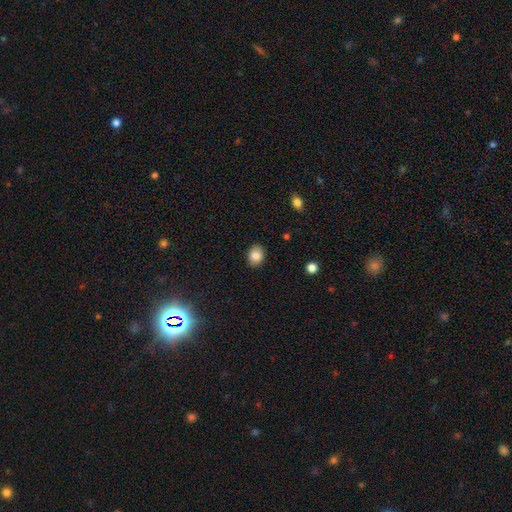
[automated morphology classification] This is clearly a smooth galaxy (85%). How rounded: possibly in between (55%). Merging: clearly none (88%).